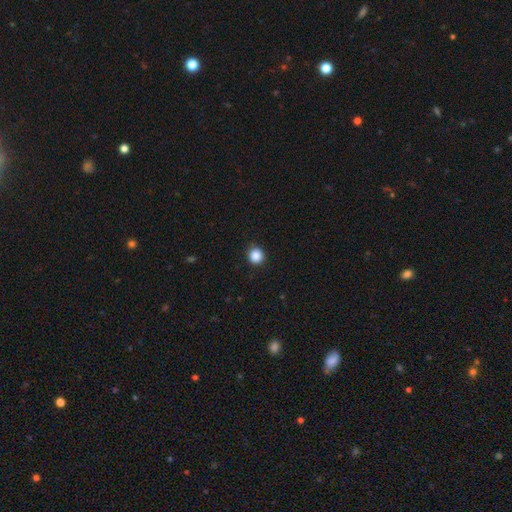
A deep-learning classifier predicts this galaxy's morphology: smooth_or_featured: smooth (p=0.87) [alt: star or artifact p=0.10]
how_rounded: round (p=0.92) [alt: in between p=0.07]
merging: none (p=0.92) [alt: minor disturbance p=0.06]